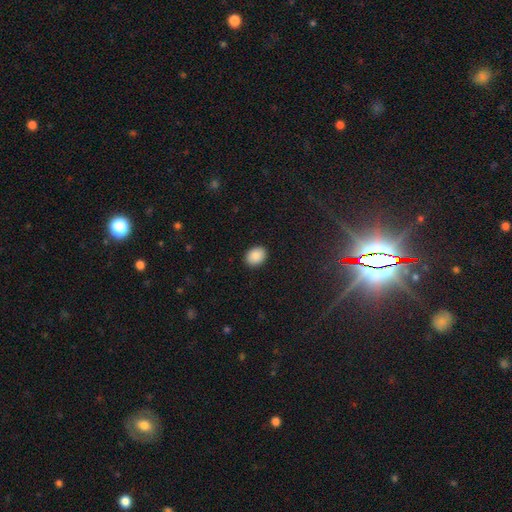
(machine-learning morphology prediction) Smooth or featured?
  - smooth: 89% *
  - star or artifact: 8%
  - featured or disk: 3%
How rounded?
  - in between: 65% *
  - round: 35%
  - cigar-shaped: 1%
Merging?
  - none: 90% *
  - minor disturbance: 7%
  - major disturbance: 2%
  - merger: 1%